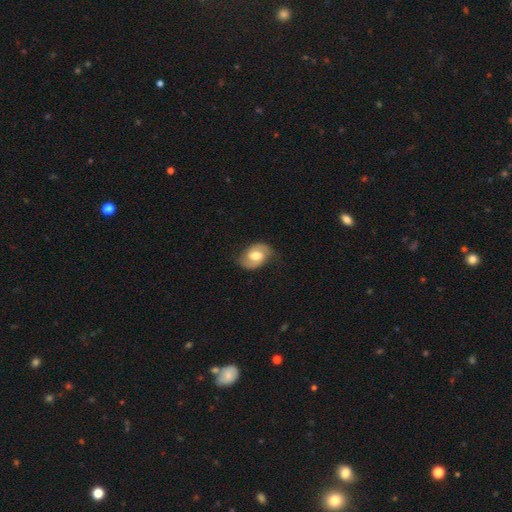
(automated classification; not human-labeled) This appears to be a featured or disk galaxy (69%) with a weak bar (45%), 2 (88%) medium (47%) spiral arms (87%) and a moderate central bulge (68%). Merging: none (76%).